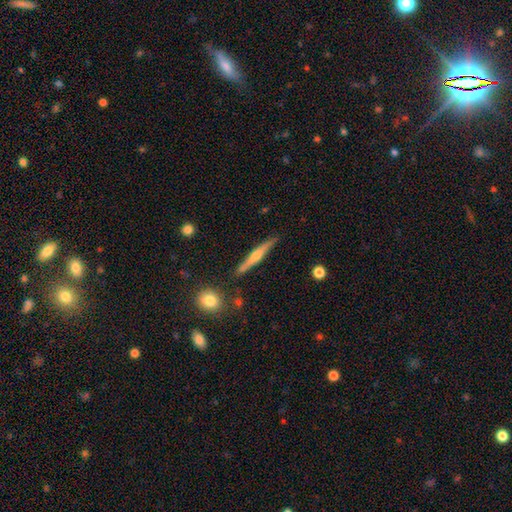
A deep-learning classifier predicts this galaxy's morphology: featured or disk 71%, smooth 22%, star or artifact 7%. Down the decision tree: edge-on disk — yes (98%); edge-on bulge — rounded (84%); merging — none (87%).